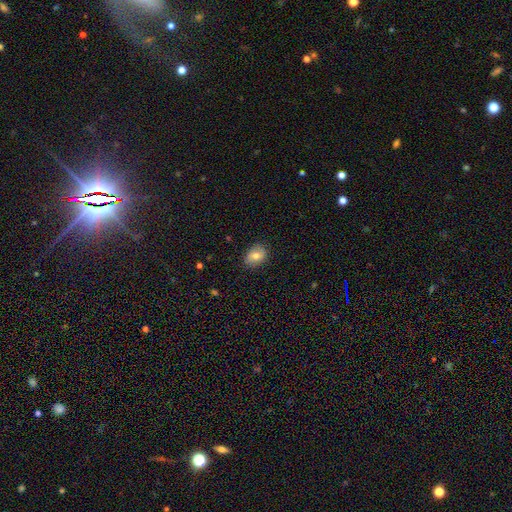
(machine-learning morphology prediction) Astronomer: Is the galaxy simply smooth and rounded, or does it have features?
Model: smooth — 70%.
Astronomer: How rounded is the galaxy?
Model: in between — 70%.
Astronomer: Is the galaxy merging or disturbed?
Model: none — 82%.